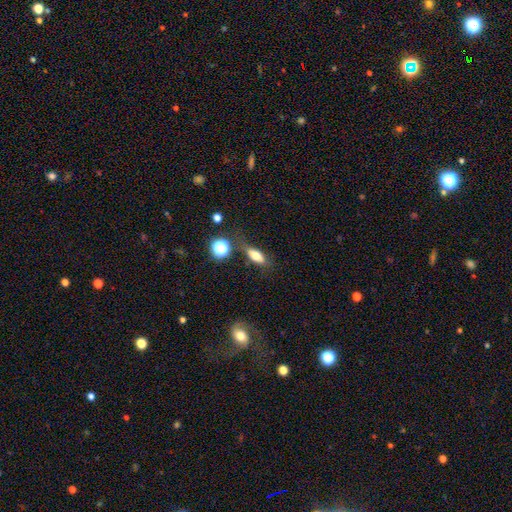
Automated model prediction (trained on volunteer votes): This appears to be a smooth galaxy with no disk features (69%) that is in between round and cigar-shaped (66%). Merging: none (67%).